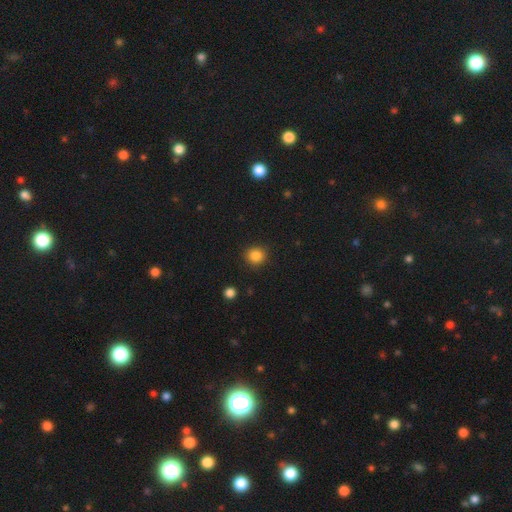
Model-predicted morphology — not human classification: Smooth or featured? smooth (85%)
How rounded? round (89%)
Merging? none (90%)